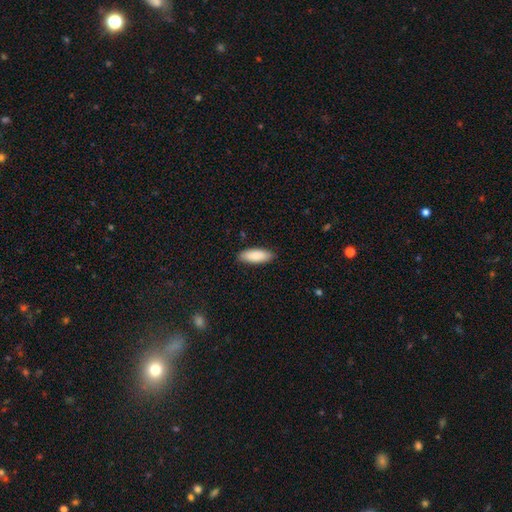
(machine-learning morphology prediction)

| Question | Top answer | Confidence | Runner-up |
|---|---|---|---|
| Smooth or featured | smooth | 89% | featured or disk (6%) |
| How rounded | in between | 74% | cigar-shaped (25%) |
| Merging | none | 87% | minor disturbance (10%) |